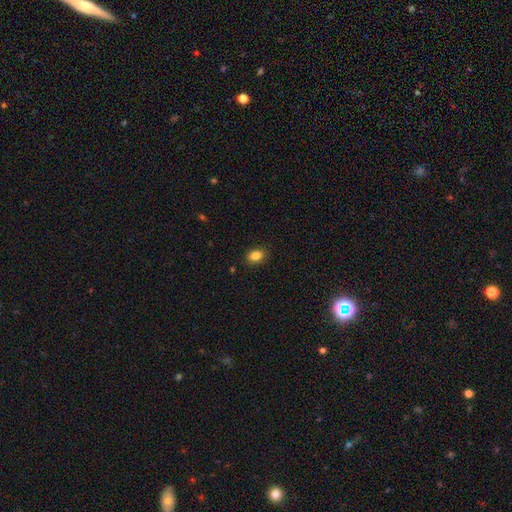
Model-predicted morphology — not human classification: smooth-or-featured: smooth: 85% | star or artifact: 10% | featured or disk: 5%
  how-rounded: in between: 66% | round: 33% | cigar-shaped: 1%
  merging: none: 87% | minor disturbance: 10% | major disturbance: 2% | merger: 1%